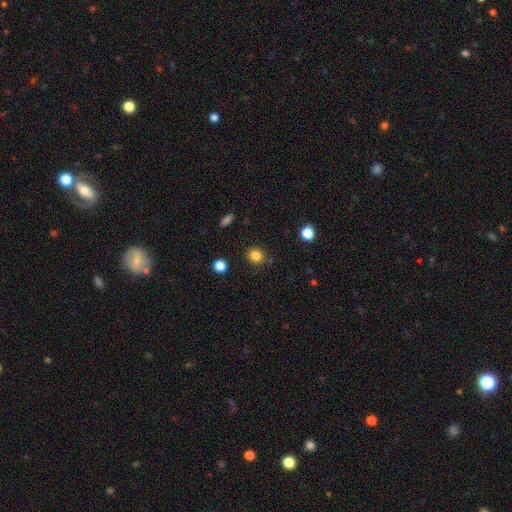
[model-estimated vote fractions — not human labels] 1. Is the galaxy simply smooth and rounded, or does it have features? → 84% smooth, 12% star or artifact, 4% featured or disk.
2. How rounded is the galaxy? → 87% round, 12% in between, 1% cigar-shaped.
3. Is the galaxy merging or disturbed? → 87% none, 8% minor disturbance, 3% major disturbance, 3% merger.